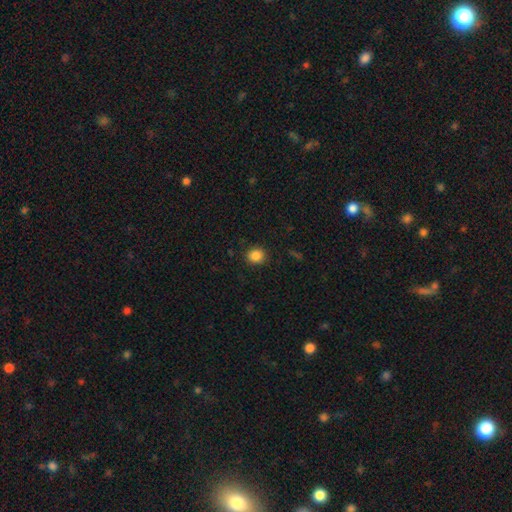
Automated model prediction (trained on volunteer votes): A smooth galaxy with no disk features (86%) that is round (82%).

Vote fractions:
- Smooth or featured? smooth: 86% / star or artifact: 10% / featured or disk: 4%
- How rounded? round: 82% / in between: 17% / cigar-shaped: 1%
- Merging? none: 90% / minor disturbance: 7% / major disturbance: 2% / merger: 1%